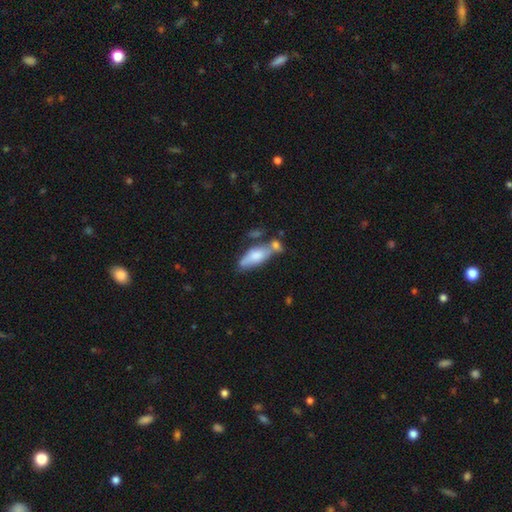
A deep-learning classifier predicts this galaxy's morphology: smooth_or_featured: smooth (p=0.69) [alt: featured or disk p=0.25]
how_rounded: in between (p=0.67) [alt: cigar-shaped p=0.30]
merging: none (p=0.40) [alt: merger p=0.30]